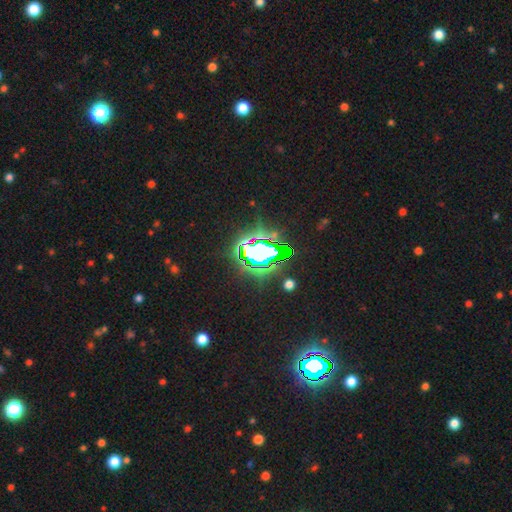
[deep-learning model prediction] A star or artifact, not a galaxy (69%).